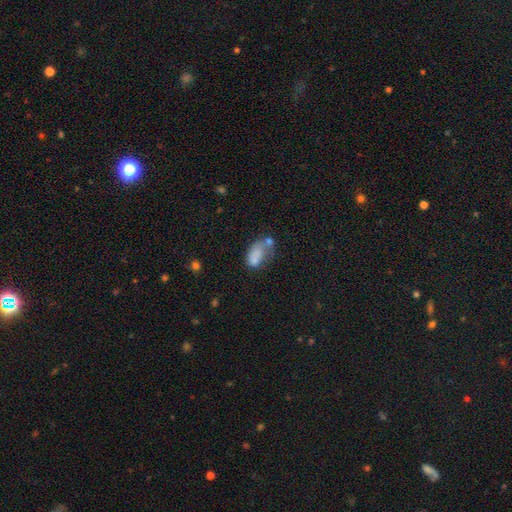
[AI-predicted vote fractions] Smooth or featured? Predicted: smooth (p=0.73). How rounded? Predicted: in between (p=0.89). Merging? Predicted: major disturbance (p=0.27).